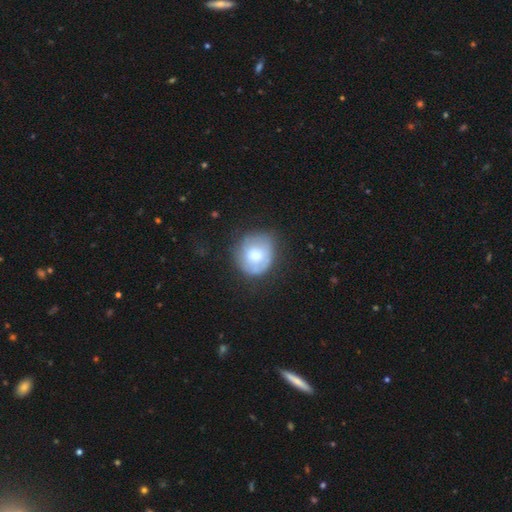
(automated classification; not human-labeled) smooth 62%, featured or disk 31%, star or artifact 8%. Down the decision tree: how rounded — round (74%); merging — none (60%).